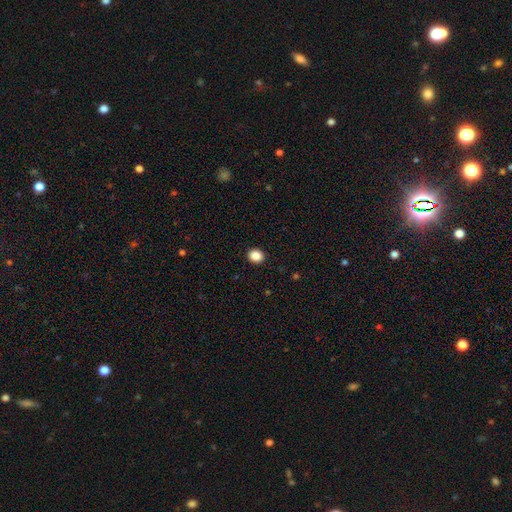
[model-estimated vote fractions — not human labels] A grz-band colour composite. It shows a smooth galaxy with no disk features (87%) that is round (69%). Merging: none (92%).